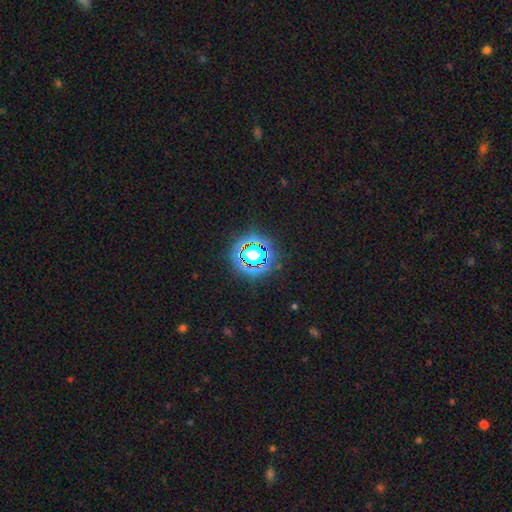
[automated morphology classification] This appears to be a star or artifact, not a galaxy (61%).